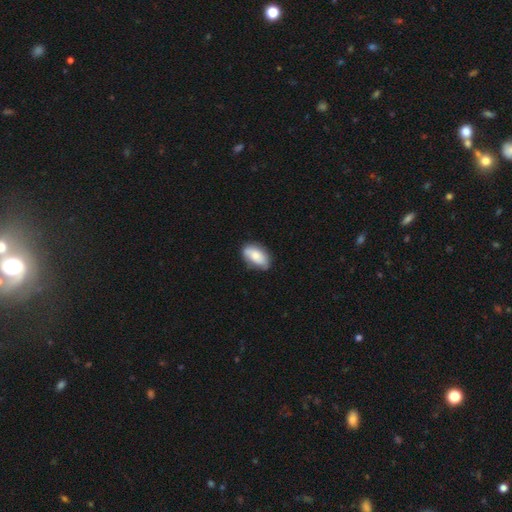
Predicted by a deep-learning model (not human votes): Overall: smooth (76%). How rounded: in between (93%). Merging: none (73%).